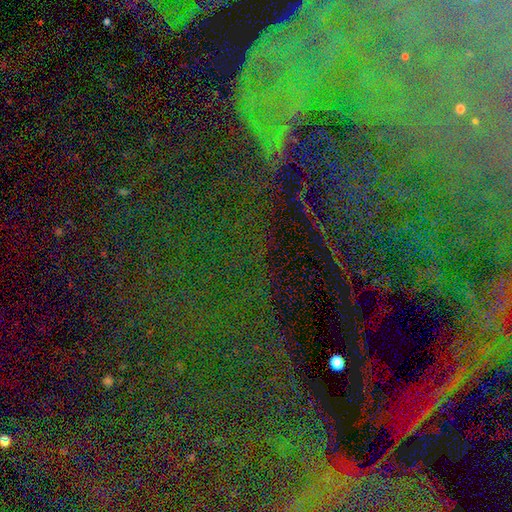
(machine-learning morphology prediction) The model was most divided on "smooth or featured": star or artifact: 80%, featured or disk: 11%, smooth: 9%.